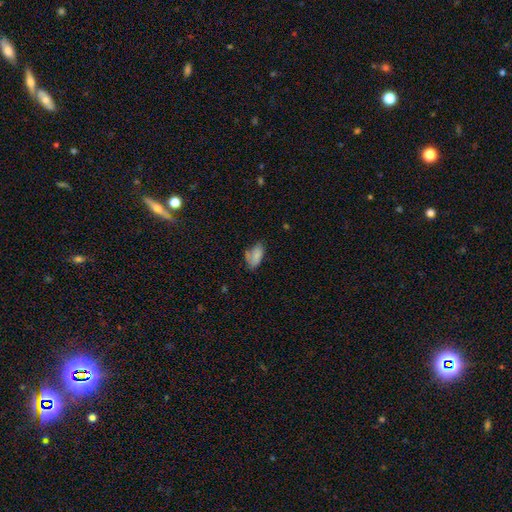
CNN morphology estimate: This is likely a smooth galaxy (74%). How rounded: clearly in between (92%). Merging: marginally none (44%).